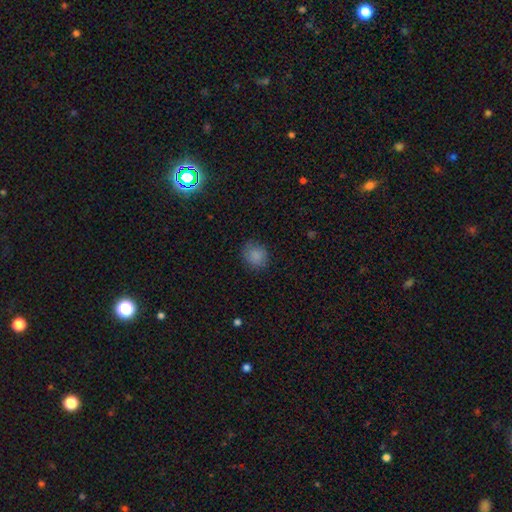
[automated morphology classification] Smooth or featured? Predicted: smooth (p=0.86). How rounded? Predicted: round (p=0.78). Merging? Predicted: none (p=0.83).